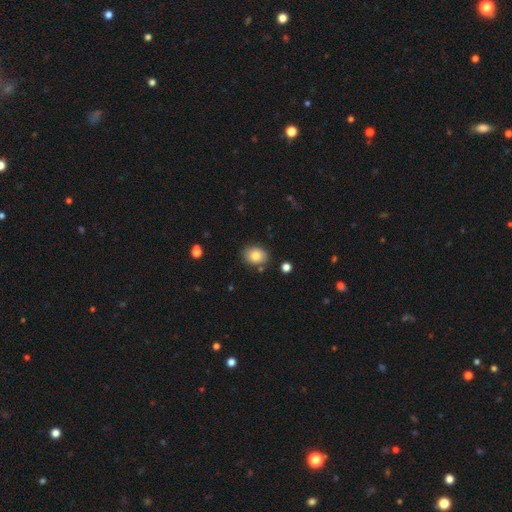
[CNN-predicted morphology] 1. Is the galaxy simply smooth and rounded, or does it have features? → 83% smooth, 9% star or artifact, 8% featured or disk.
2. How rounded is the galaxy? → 54% in between, 45% round, 1% cigar-shaped.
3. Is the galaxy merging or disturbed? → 83% none, 11% minor disturbance, 4% merger, 3% major disturbance.